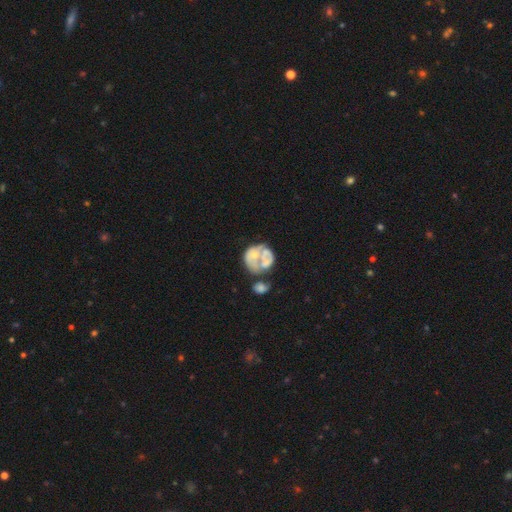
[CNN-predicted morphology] smooth-or-featured: featured or disk: 57% | smooth: 34% | star or artifact: 9%
  disk-edge-on: no: 98% | yes: 2%
    bar: no: 91% | weak: 6% | strong: 2%
    has-spiral-arms: no: 83% | yes: 17%
    bulge-size: moderate: 34% | small: 33% | none: 27% | large: 4% | dominant: 2%
  merging: merger: 42% | none: 24% | major disturbance: 19% | minor disturbance: 15%